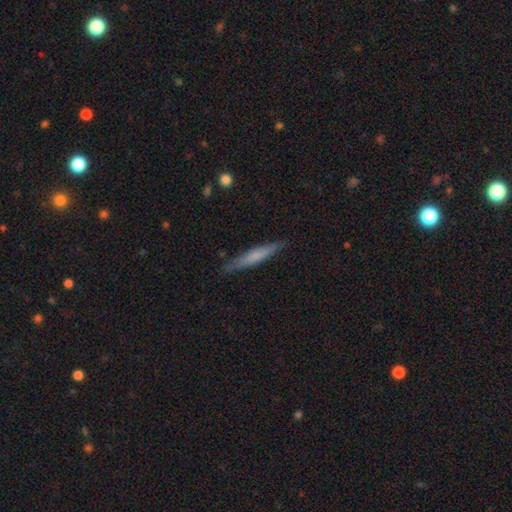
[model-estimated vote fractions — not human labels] A smooth galaxy with no disk features (58%) that is cigar-shaped (94%). Merging: none (88%).